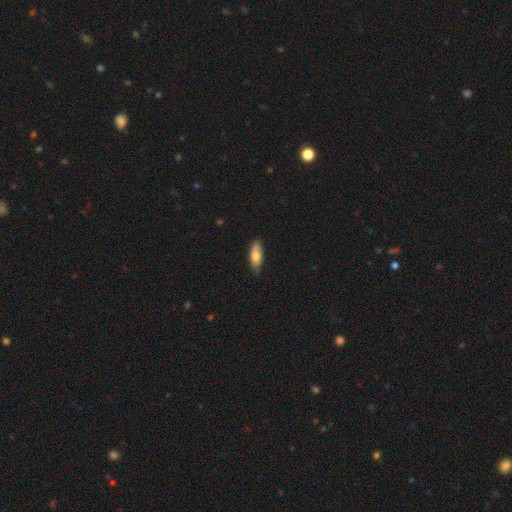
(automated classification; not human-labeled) Smooth or featured? smooth (77%)
How rounded? in between (73%)
Merging? none (80%)